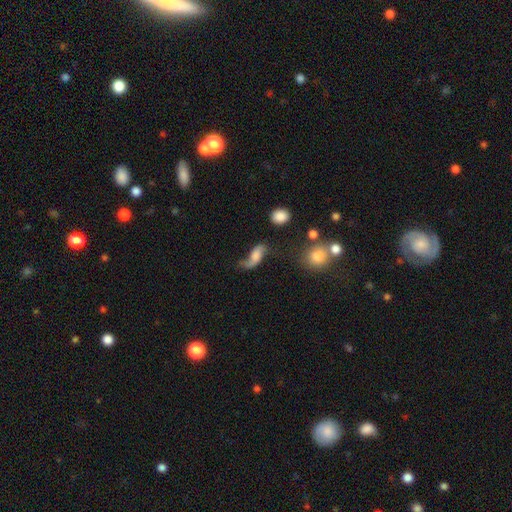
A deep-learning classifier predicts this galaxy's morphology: featured or disk 58%, smooth 32%, star or artifact 10%. Down the decision tree: edge-on disk — no (93%); bar — no (57%); spiral arms — yes (88%); bulge size — none (29%); merging — none (46%).